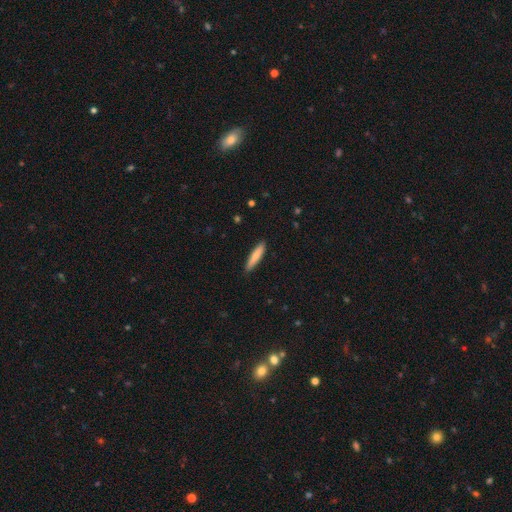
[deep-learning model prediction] Smooth or featured? Predicted: smooth (p=0.80). How rounded? Predicted: cigar-shaped (p=0.86). Merging? Predicted: none (p=0.89).